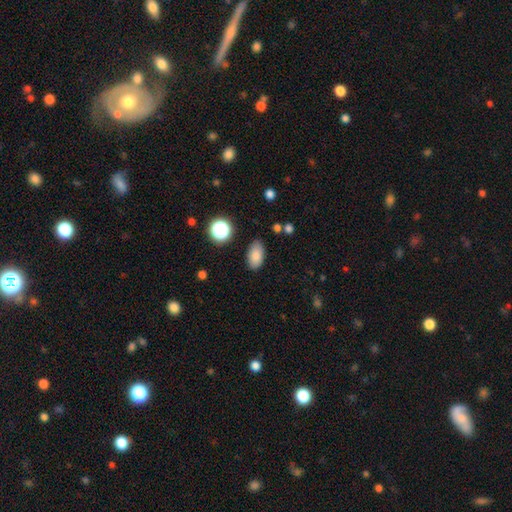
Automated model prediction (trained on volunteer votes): Smooth or featured?
  - smooth: 84% *
  - star or artifact: 10%
  - featured or disk: 6%
How rounded?
  - in between: 91% *
  - round: 6%
  - cigar-shaped: 3%
Merging?
  - none: 84% *
  - minor disturbance: 12%
  - major disturbance: 3%
  - merger: 2%